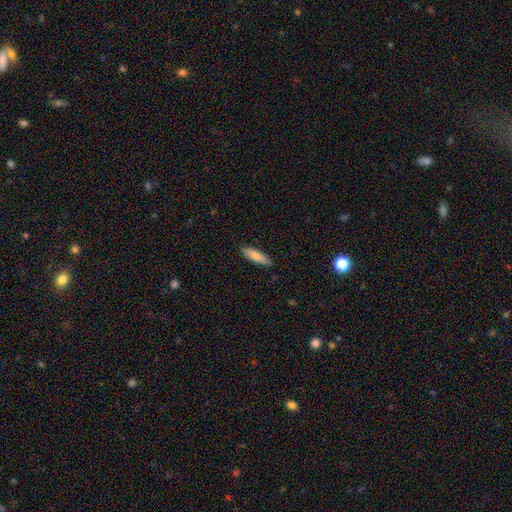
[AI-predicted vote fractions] Smooth or featured: smooth — 79% (featured or disk — 16%)
How rounded: cigar-shaped — 60% (in between — 39%)
Merging: none — 85% (minor disturbance — 12%)